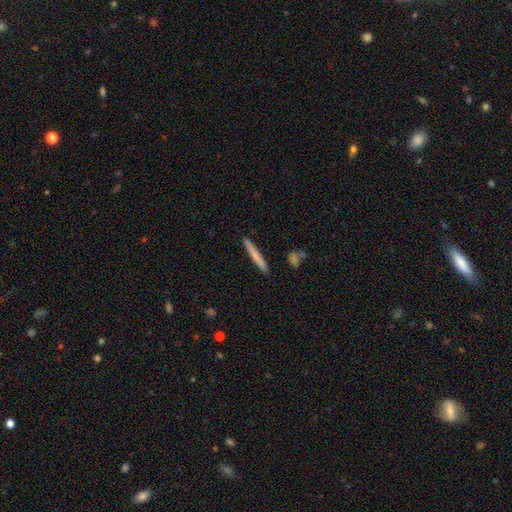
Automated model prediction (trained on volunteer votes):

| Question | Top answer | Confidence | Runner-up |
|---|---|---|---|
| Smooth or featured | smooth | 67% | featured or disk (27%) |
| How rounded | cigar-shaped | 96% | in between (2%) |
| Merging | none | 90% | minor disturbance (6%) |